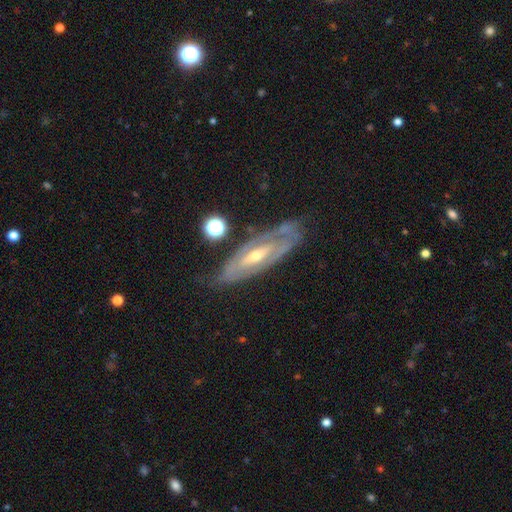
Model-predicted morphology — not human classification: Overall: featured or disk (80%). Edge-on disk: no (78%). Bar: no (40%; weak 37%). Spiral arms: yes (73%). Bulge size: small (50%; moderate 46%). Merging: none (68%).